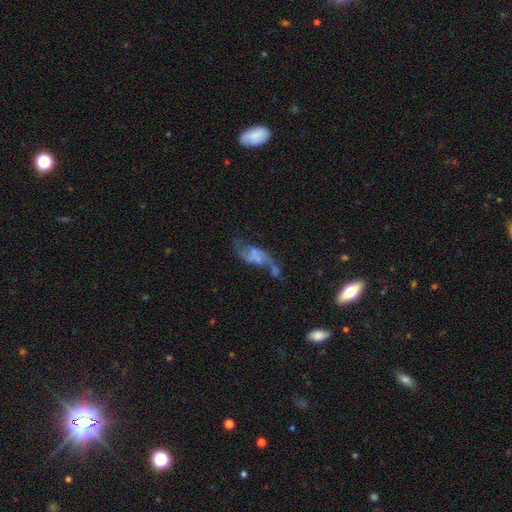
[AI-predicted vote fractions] smooth_or_featured: featured or disk (p=0.65) [alt: smooth p=0.24]
disk_edge_on: no (p=0.94) [alt: yes p=0.06]
bar: no (p=0.62) [alt: weak p=0.29]
has_spiral_arms: yes (p=0.67) [alt: no p=0.33]
bulge_size: small (p=0.42) [alt: none p=0.40]
merging: major disturbance (p=0.30) [alt: none p=0.26]